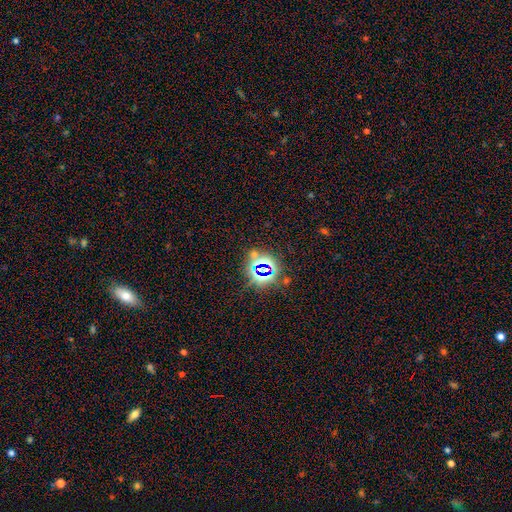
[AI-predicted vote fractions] Smooth or featured? star or artifact (78%)